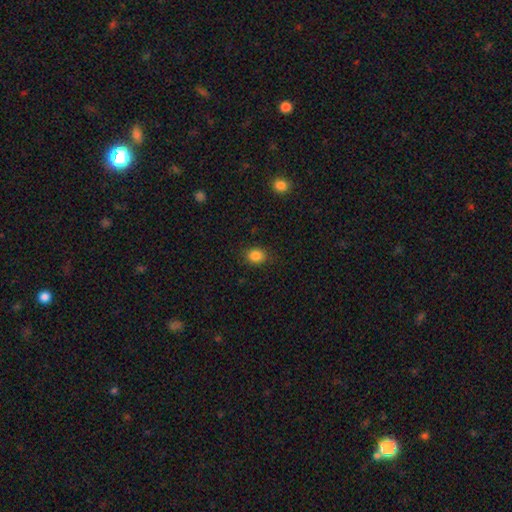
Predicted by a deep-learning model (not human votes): This appears to be a smooth galaxy with no disk features (85%) that is in between round and cigar-shaped (51%). Merging: none (85%).